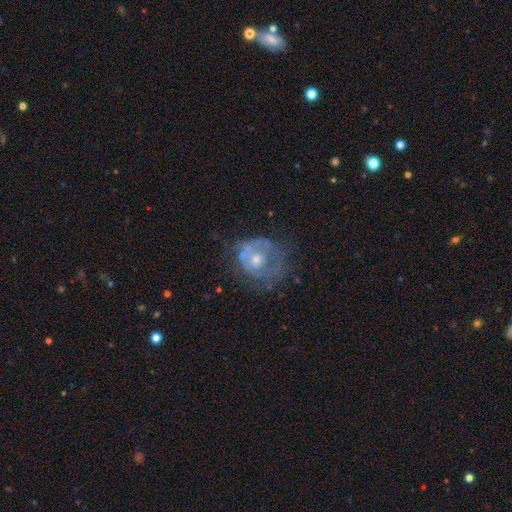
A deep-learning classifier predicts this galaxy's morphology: A featured or disk galaxy (65%) with no bar (79%), no spiral arms (52%) and a moderate central bulge (58%). Merging: none (54%).